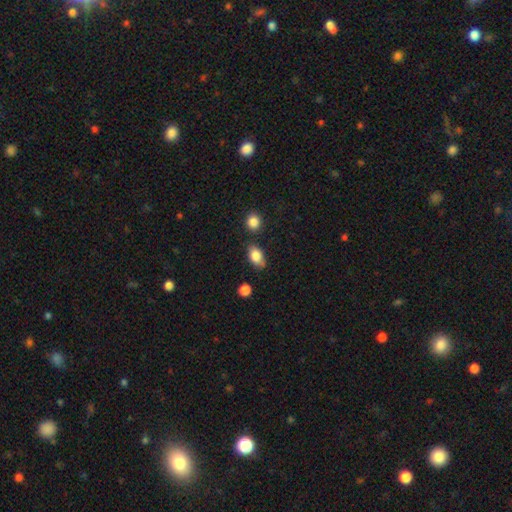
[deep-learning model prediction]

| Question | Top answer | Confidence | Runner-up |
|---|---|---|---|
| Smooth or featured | smooth | 84% | star or artifact (8%) |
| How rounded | in between | 85% | round (12%) |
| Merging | none | 69% | minor disturbance (21%) |